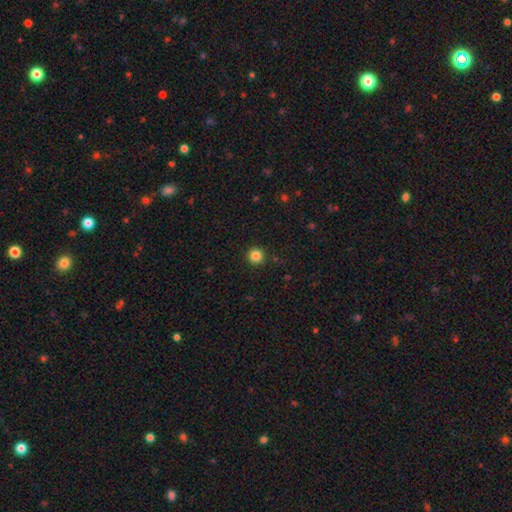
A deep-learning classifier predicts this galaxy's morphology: The model was most divided on "smooth or featured": smooth: 84%, star or artifact: 12%, featured or disk: 4%. More confident: how rounded — round (96%); merging — none (93%).